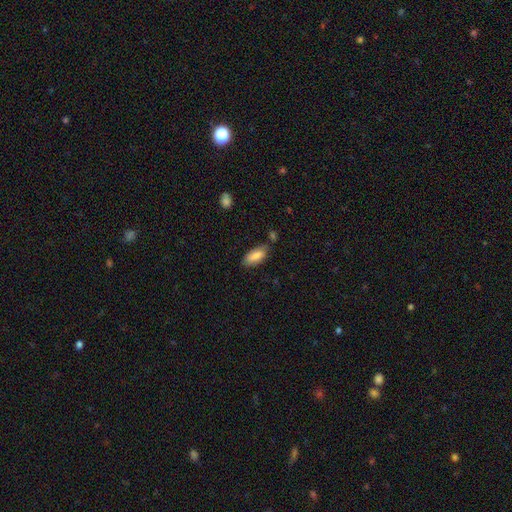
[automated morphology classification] This is clearly a smooth galaxy (85%). How rounded: clearly in between (84%). Merging: likely none (68%).